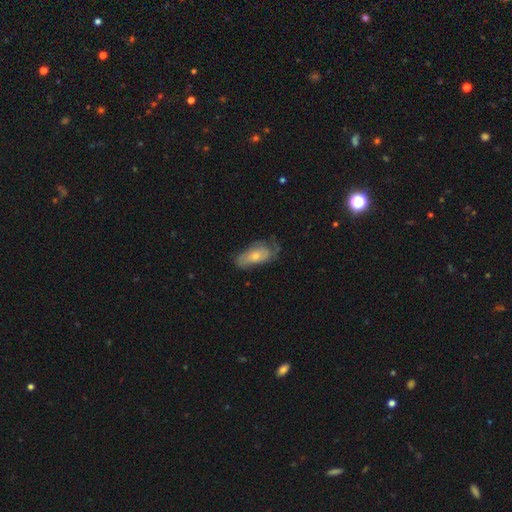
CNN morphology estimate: Smooth or featured: smooth — 57% (featured or disk — 36%)
How rounded: in between — 84% (cigar-shaped — 12%)
Merging: none — 48% (minor disturbance — 33%)